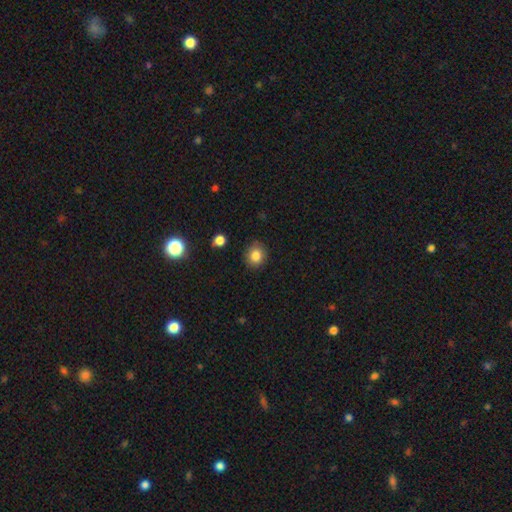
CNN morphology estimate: A smooth galaxy with no disk features (83%) that is round (74%). Merging: none (86%).